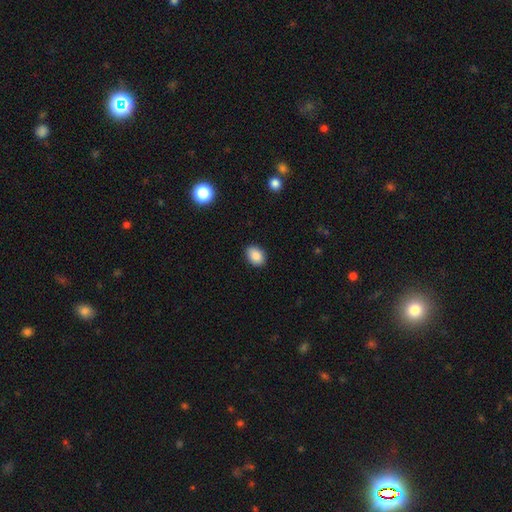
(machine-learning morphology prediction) smooth-or-featured: smooth: 88% | star or artifact: 8% | featured or disk: 4%
  how-rounded: in between: 71% | round: 28% | cigar-shaped: 1%
  merging: none: 88% | minor disturbance: 9% | major disturbance: 2% | merger: 1%